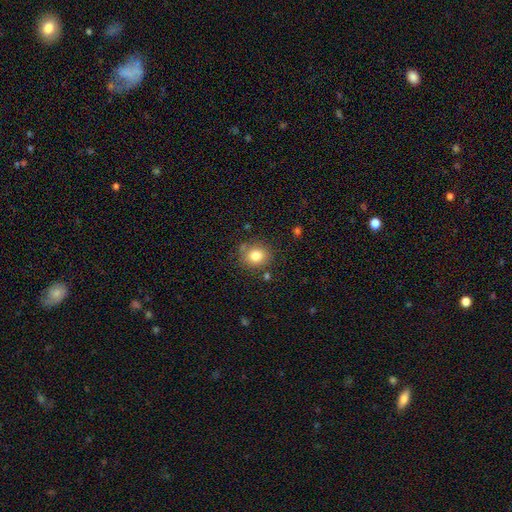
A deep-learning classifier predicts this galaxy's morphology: smooth_or_featured: smooth (p=0.81) [alt: star or artifact p=0.11]
how_rounded: round (p=0.78) [alt: in between p=0.21]
merging: none (p=0.78) [alt: minor disturbance p=0.13]